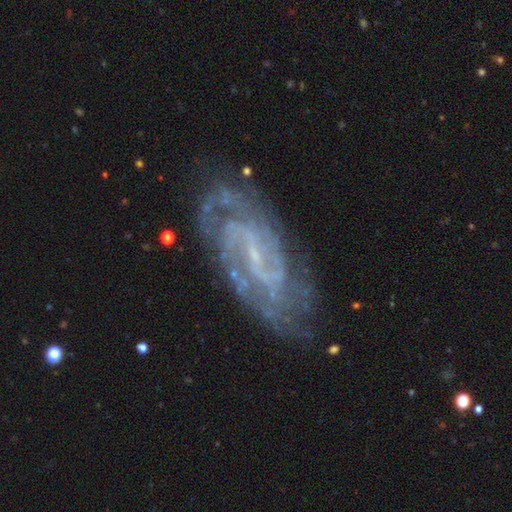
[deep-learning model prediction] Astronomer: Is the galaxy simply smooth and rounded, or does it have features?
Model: featured or disk — 88%.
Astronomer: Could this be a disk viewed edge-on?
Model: no — 95%.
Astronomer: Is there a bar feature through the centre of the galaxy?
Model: weak — 47% (runner-up: strong, 28%).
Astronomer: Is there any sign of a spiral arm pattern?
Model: yes — 96%.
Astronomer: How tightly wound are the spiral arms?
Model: tight — 51% (runner-up: medium, 39%).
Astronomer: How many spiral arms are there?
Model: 2 — 43% (runner-up: can't tell, 24%).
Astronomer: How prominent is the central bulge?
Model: small — 65%.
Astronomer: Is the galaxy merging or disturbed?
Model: none — 76%.